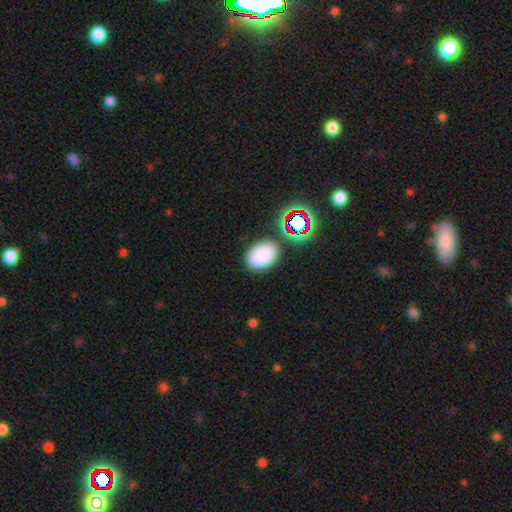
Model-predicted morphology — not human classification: Overall: smooth (82%). How rounded: in between (79%). Merging: none (81%).